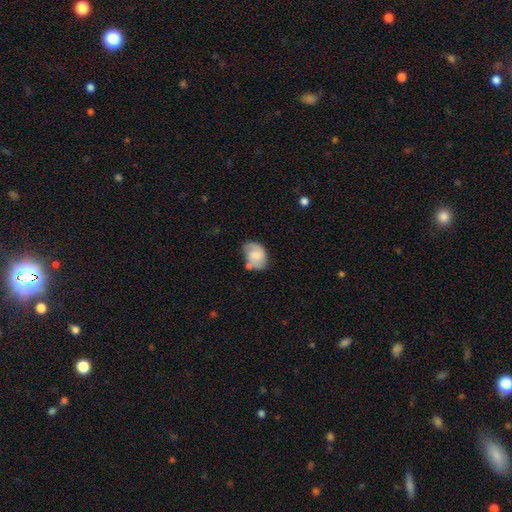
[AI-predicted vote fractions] Smooth or featured?
  - smooth: 60% *
  - featured or disk: 33%
  - star or artifact: 8%
How rounded?
  - in between: 73% *
  - round: 26%
  - cigar-shaped: 1%
Merging?
  - none: 49% *
  - minor disturbance: 29%
  - merger: 13%
  - major disturbance: 9%